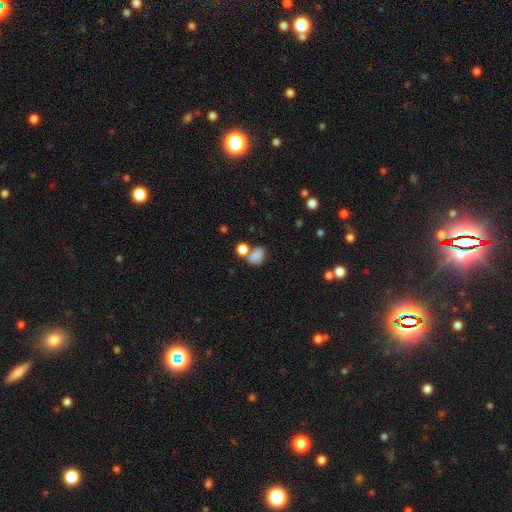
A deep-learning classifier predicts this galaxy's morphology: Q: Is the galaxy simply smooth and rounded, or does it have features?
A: smooth — 77%.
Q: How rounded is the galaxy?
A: in between — 72%.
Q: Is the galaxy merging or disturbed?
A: merger — 37%, tied with none.